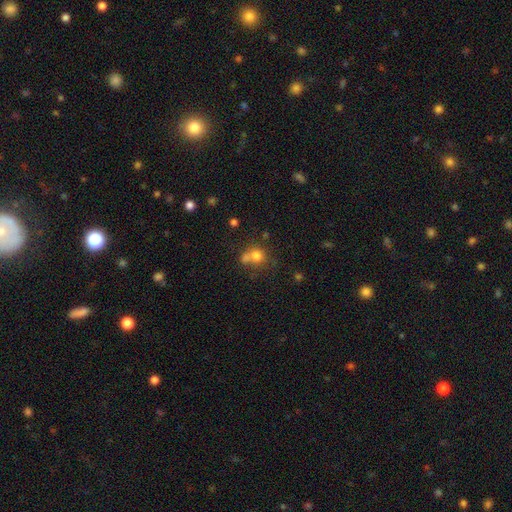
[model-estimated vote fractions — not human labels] This appears to be a smooth galaxy with no disk features (75%) that is round (77%). Merging: merger (45%).